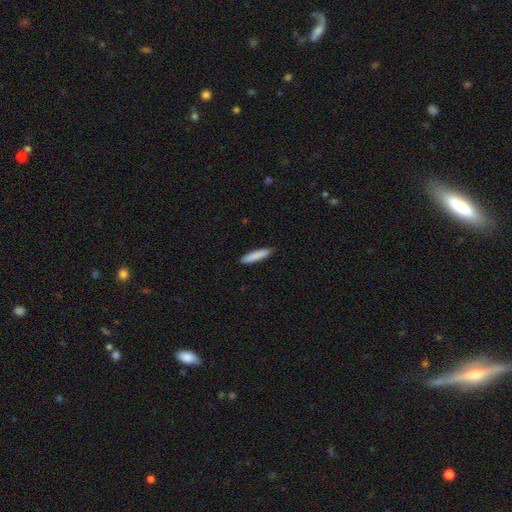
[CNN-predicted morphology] Q: Smooth or featured?
A: smooth (86%); runner-up: featured or disk (8%)
Q: How rounded?
A: cigar-shaped (87%); runner-up: in between (12%)
Q: Merging?
A: none (90%); runner-up: minor disturbance (8%)